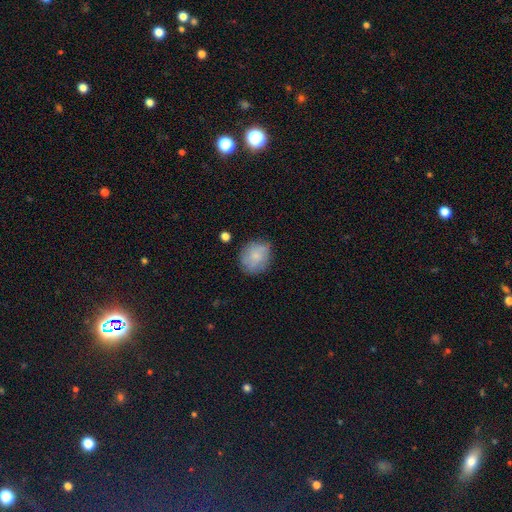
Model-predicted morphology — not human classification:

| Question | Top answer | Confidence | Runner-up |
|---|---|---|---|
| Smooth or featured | smooth | 74% | featured or disk (19%) |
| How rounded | round | 64% | in between (35%) |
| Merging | none | 70% | minor disturbance (22%) |